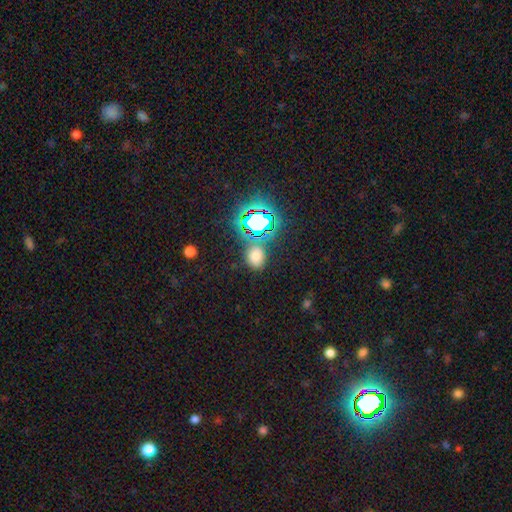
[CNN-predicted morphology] smooth-or-featured: smooth: 61% | star or artifact: 32% | featured or disk: 7%
  how-rounded: in between: 60% | round: 38% | cigar-shaped: 2%
  merging: none: 77% | minor disturbance: 13% | merger: 5% | major disturbance: 5%